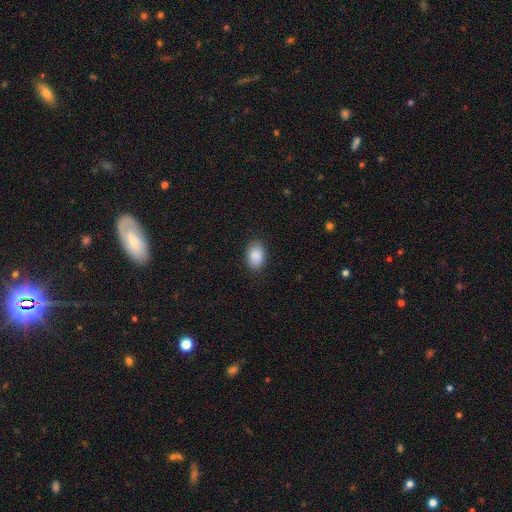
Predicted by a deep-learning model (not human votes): Morphology: type=smooth (88%); roundness=in between (87%); merging=none (86%).